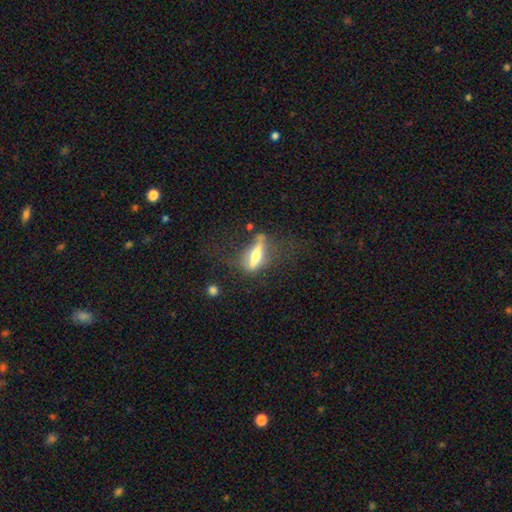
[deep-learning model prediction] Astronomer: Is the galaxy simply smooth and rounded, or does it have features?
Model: featured or disk — 54% (runner-up: smooth, 38%).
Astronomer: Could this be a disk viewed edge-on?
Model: yes — 75%.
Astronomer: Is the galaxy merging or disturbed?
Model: none — 49%.